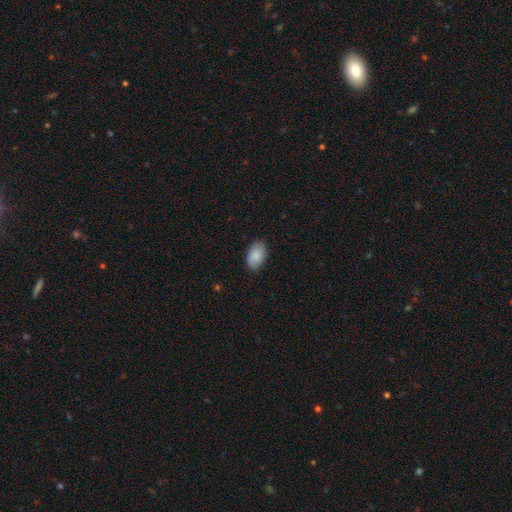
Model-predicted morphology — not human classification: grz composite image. It shows a smooth galaxy with no disk features (87%) that is in between round and cigar-shaped (93%). Merging: none (85%).